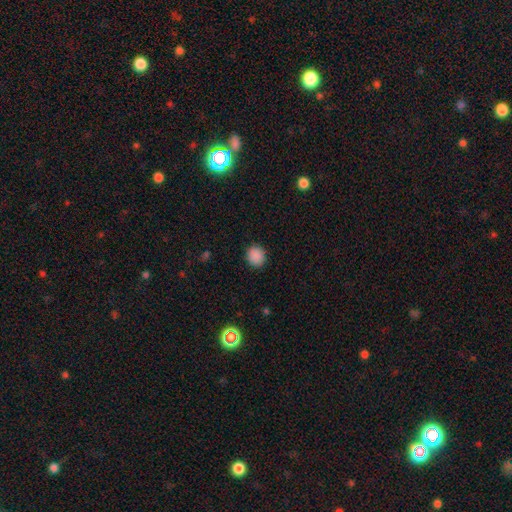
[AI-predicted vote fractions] A smooth galaxy with no disk features (88%) that is round (77%). Merging: none (88%).